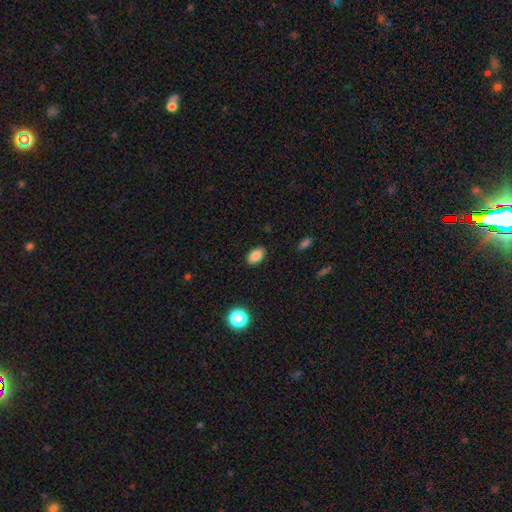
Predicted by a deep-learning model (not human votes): smooth-or-featured: smooth: 86% | star or artifact: 9% | featured or disk: 5%
  how-rounded: in between: 90% | round: 9% | cigar-shaped: 1%
  merging: none: 88% | minor disturbance: 9% | major disturbance: 2% | merger: 1%